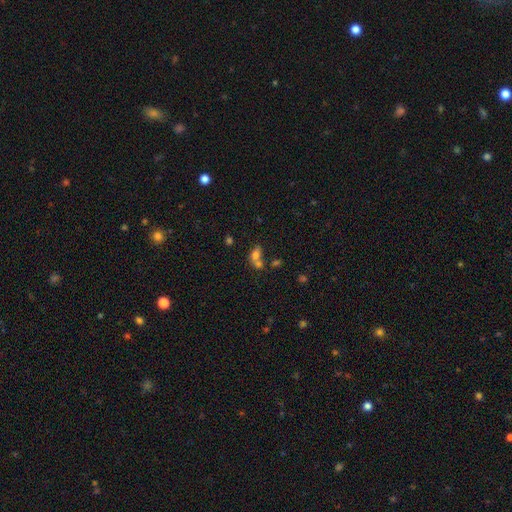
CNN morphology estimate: smooth 68%, featured or disk 18%, star or artifact 14%. Down the decision tree: how rounded — in between (71%); merging — merger (58%).